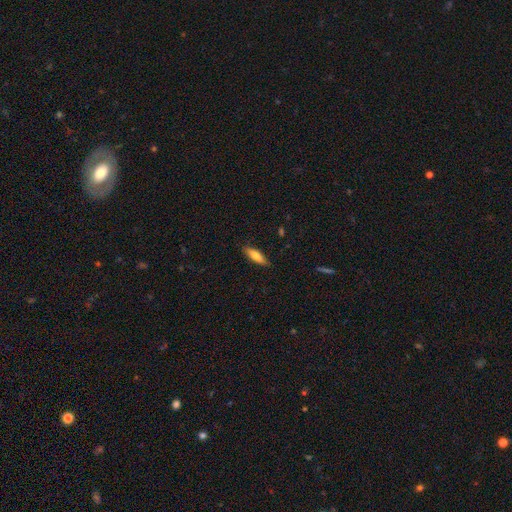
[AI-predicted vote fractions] A smooth galaxy with no disk features (74%) that is cigar-shaped (51%). Merging: none (86%).